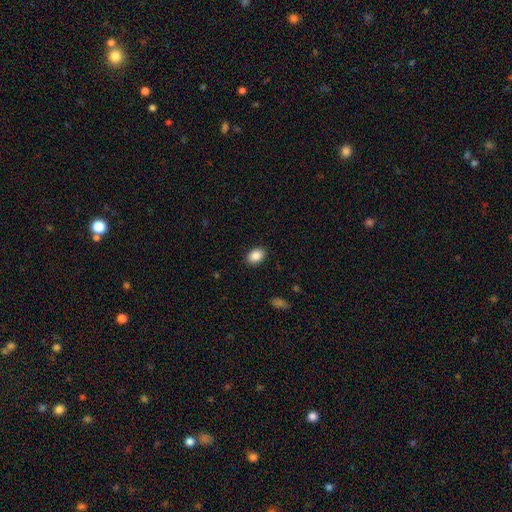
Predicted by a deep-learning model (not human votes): smooth 88%, star or artifact 8%, featured or disk 4%. Down the decision tree: how rounded — in between (73%); merging — none (90%).